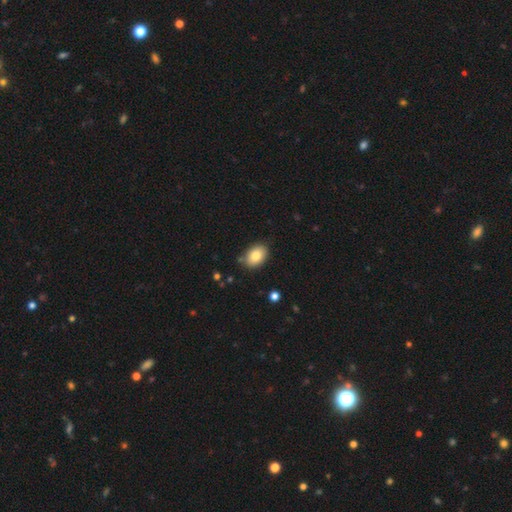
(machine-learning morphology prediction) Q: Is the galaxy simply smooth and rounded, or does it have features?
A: smooth — 83%.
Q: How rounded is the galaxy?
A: in between — 83%.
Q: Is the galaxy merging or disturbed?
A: none — 83%.